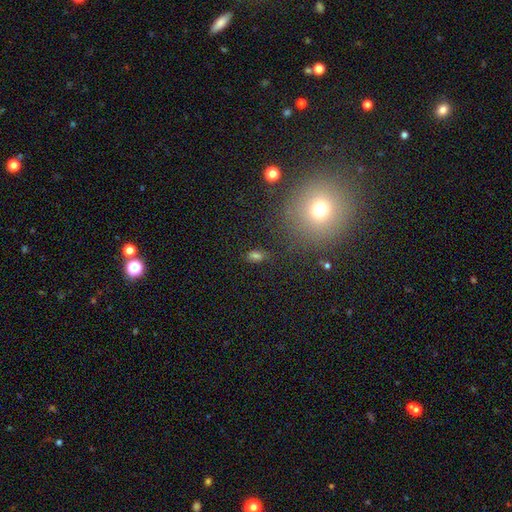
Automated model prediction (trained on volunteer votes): Q: Smooth or featured?
A: smooth (66%); runner-up: star or artifact (24%)
Q: How rounded?
A: in between (72%); runner-up: round (23%)
Q: Merging?
A: none (77%); runner-up: minor disturbance (12%)